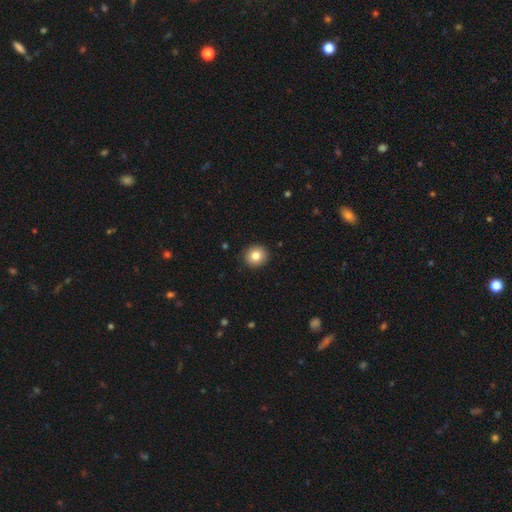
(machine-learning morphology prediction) This appears to be a smooth galaxy with no disk features (82%) that is round (88%). Merging: none (91%).